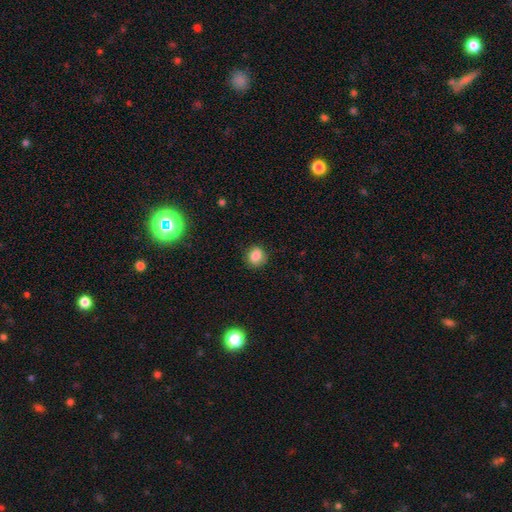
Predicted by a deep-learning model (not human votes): A smooth galaxy with no disk features (85%) that is round (73%).

Vote fractions:
- Smooth or featured? smooth: 85% / star or artifact: 10% / featured or disk: 6%
- How rounded? round: 73% / in between: 26% / cigar-shaped: 1%
- Merging? none: 83% / minor disturbance: 12% / major disturbance: 3% / merger: 1%